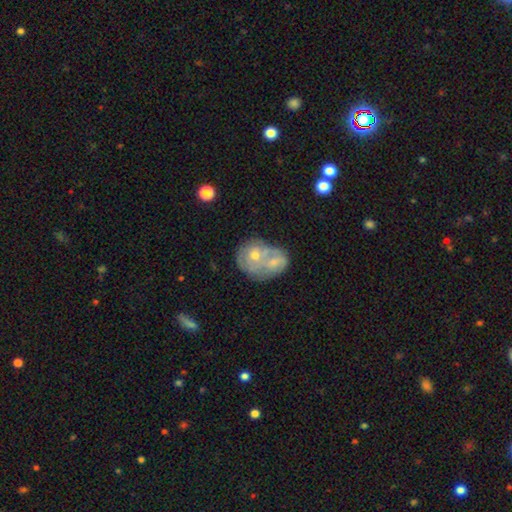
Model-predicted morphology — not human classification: A featured or disk galaxy (53%) with no bar (85%), no spiral arms (61%) and a moderate central bulge (47%).

Vote fractions:
- Smooth or featured? featured or disk: 53% / smooth: 39% / star or artifact: 8%
- Edge-on disk? no: 97% / yes: 3%
- Bar? no: 85% / weak: 13% / strong: 3%
- Spiral arms? no: 61% / yes: 39%
- Bulge size? moderate: 47% / small: 45% / none: 4% / large: 2% / dominant: 1%
- Merging? merger: 69% / none: 18% / minor disturbance: 8% / major disturbance: 5%